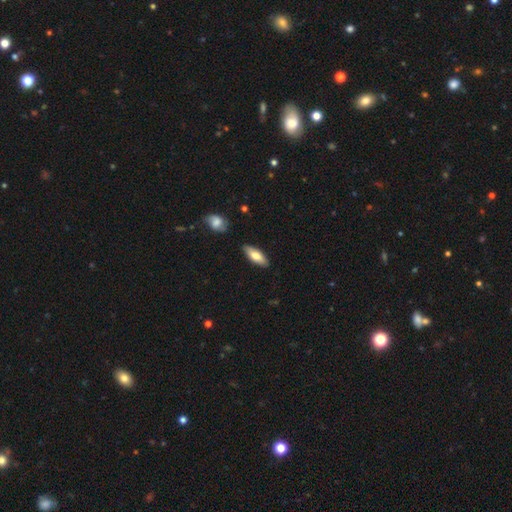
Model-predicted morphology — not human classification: The model was most divided on "how rounded": in between: 68%, cigar-shaped: 30%, round: 2%. More confident: merging — none (86%); smooth or featured — smooth (72%).